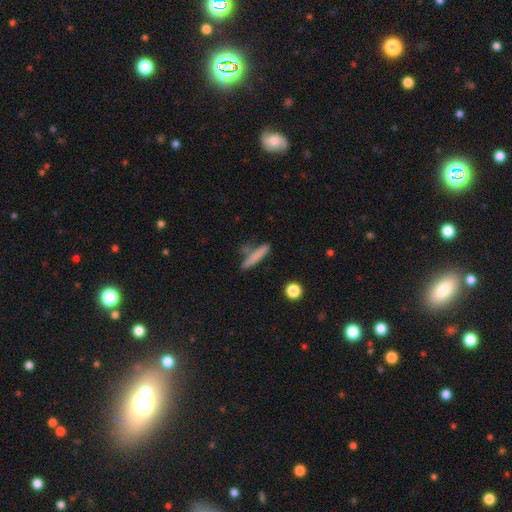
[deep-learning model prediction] smooth_or_featured: smooth (p=0.77) [alt: featured or disk p=0.16]
how_rounded: cigar-shaped (p=0.89) [alt: in between p=0.09]
merging: none (p=0.69) [alt: minor disturbance p=0.16]